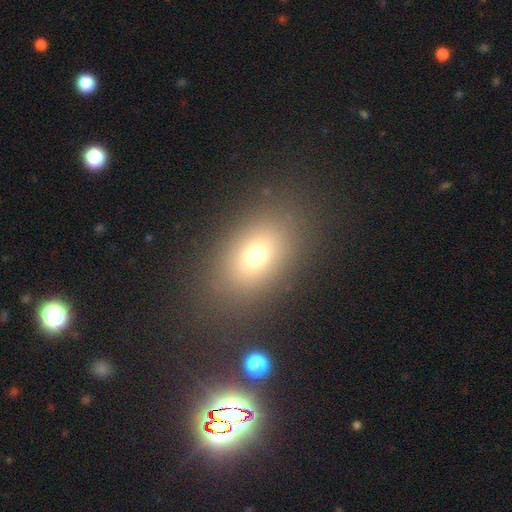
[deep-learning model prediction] This appears to be a smooth galaxy with no disk features (71%) that is in between round and cigar-shaped (77%). Merging: none (82%).